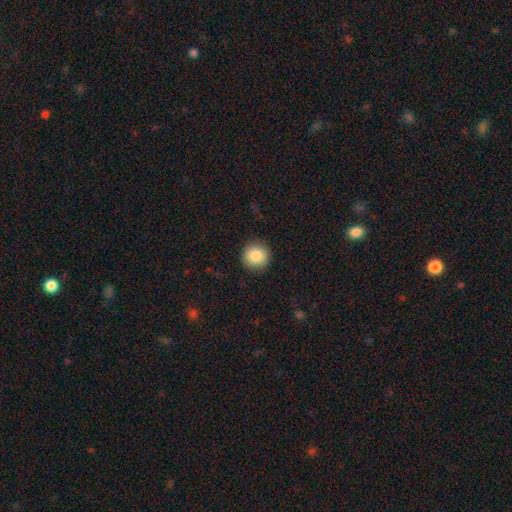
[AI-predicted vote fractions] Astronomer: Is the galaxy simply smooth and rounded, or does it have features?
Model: smooth — 86%.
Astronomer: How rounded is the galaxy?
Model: round — 94%.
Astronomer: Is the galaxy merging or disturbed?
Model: none — 91%.